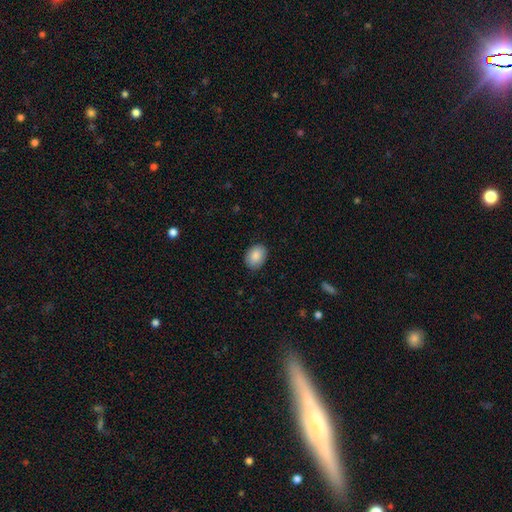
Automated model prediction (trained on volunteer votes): A smooth galaxy with no disk features (88%) that is in between round and cigar-shaped (72%). Merging: none (87%).